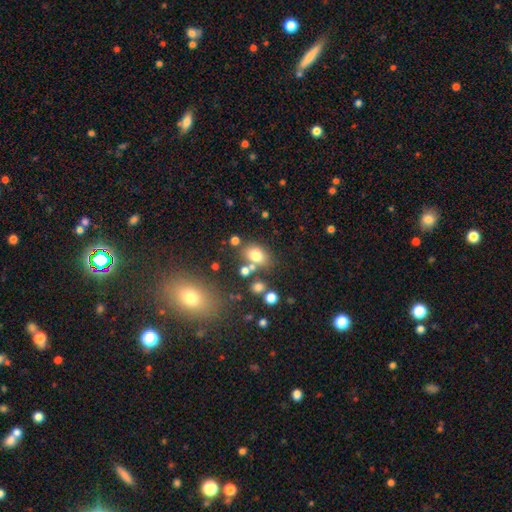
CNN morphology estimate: Smooth or featured? smooth (75%)
How rounded? in between (71%)
Merging? none (63%)